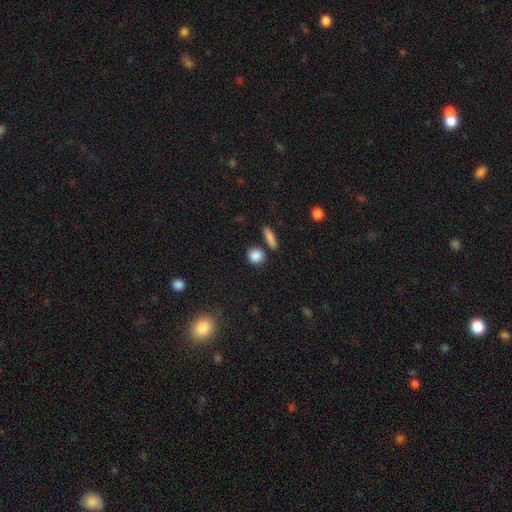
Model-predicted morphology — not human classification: A smooth galaxy with no disk features (87%) that is round (75%).

Vote fractions:
- Smooth or featured? smooth: 87% / star or artifact: 8% / featured or disk: 5%
- How rounded? round: 75% / in between: 21% / cigar-shaped: 4%
- Merging? none: 79% / minor disturbance: 10% / merger: 9% / major disturbance: 3%